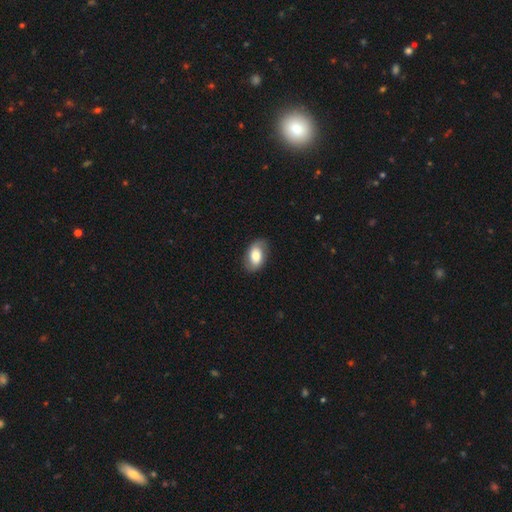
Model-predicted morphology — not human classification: Smooth or featured?
  - smooth: 63% *
  - featured or disk: 30%
  - star or artifact: 7%
How rounded?
  - in between: 90% *
  - round: 8%
  - cigar-shaped: 2%
Merging?
  - none: 80% *
  - minor disturbance: 15%
  - major disturbance: 4%
  - merger: 1%